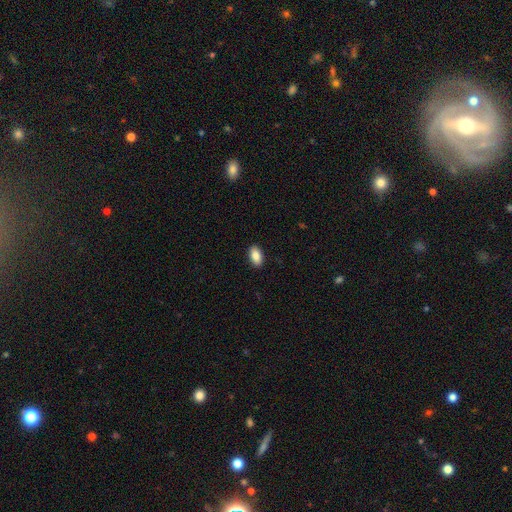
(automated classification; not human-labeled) Q: Smooth or featured?
A: smooth (88%); runner-up: star or artifact (7%)
Q: How rounded?
A: in between (93%); runner-up: round (4%)
Q: Merging?
A: none (90%); runner-up: minor disturbance (7%)